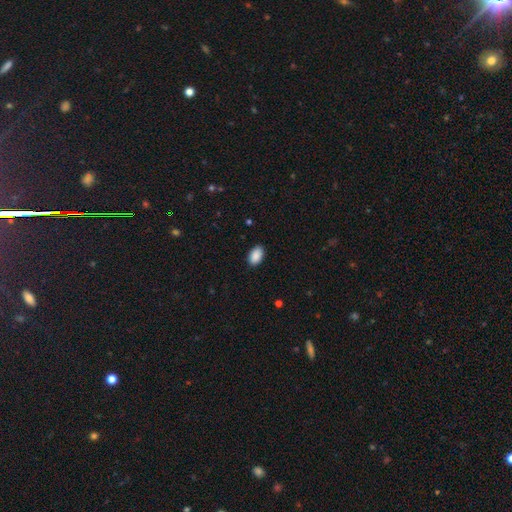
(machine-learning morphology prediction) The model was most divided on "merging": none: 89%, minor disturbance: 9%, major disturbance: 2%, merger: 1%. More confident: how rounded — in between (92%); smooth or featured — smooth (90%).